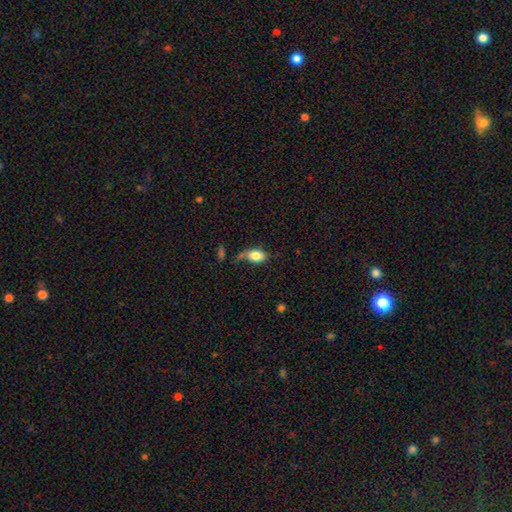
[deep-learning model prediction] Smooth or featured? Predicted: smooth (p=0.80). How rounded? Predicted: in between (p=0.87). Merging? Predicted: none (p=0.50).